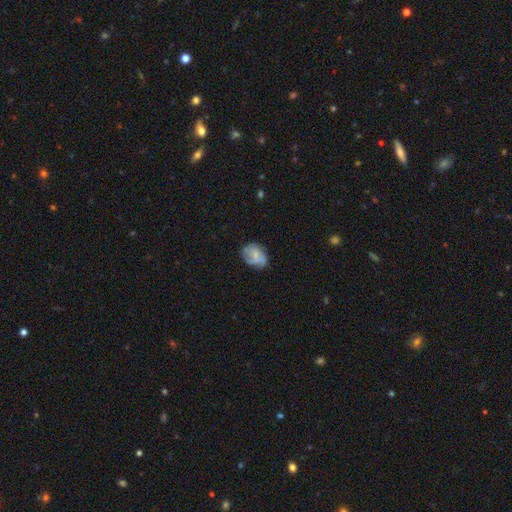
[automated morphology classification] A smooth galaxy with no disk features (53%) that is in between round and cigar-shaped (59%). Merging: none (55%).